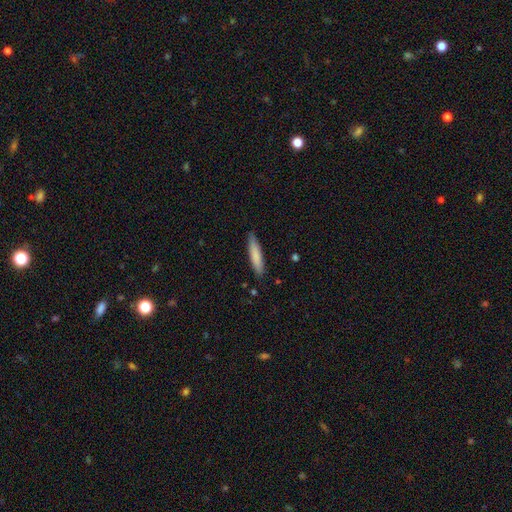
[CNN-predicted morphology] Smooth or featured? smooth (78%)
How rounded? cigar-shaped (88%)
Merging? none (86%)